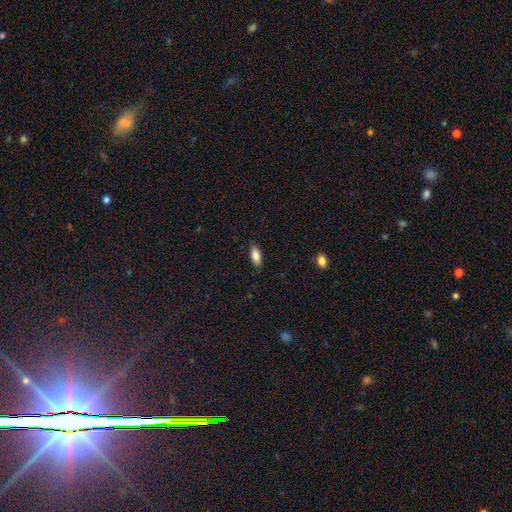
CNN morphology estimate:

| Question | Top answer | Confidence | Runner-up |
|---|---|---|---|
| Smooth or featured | smooth | 82% | featured or disk (11%) |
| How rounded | in between | 81% | cigar-shaped (17%) |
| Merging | none | 87% | minor disturbance (10%) |